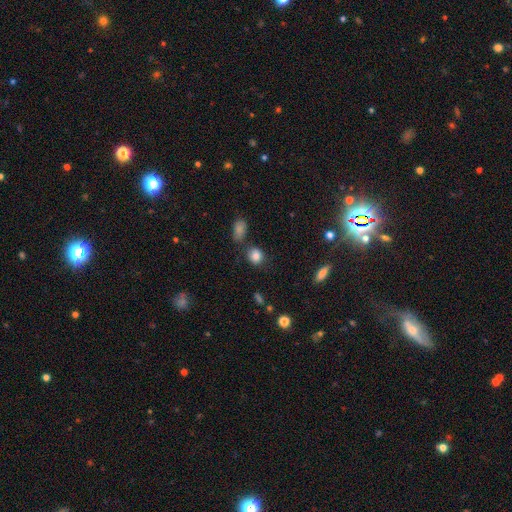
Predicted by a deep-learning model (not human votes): This is clearly a smooth galaxy (85%). How rounded: likely round (71%). Merging: likely none (74%).